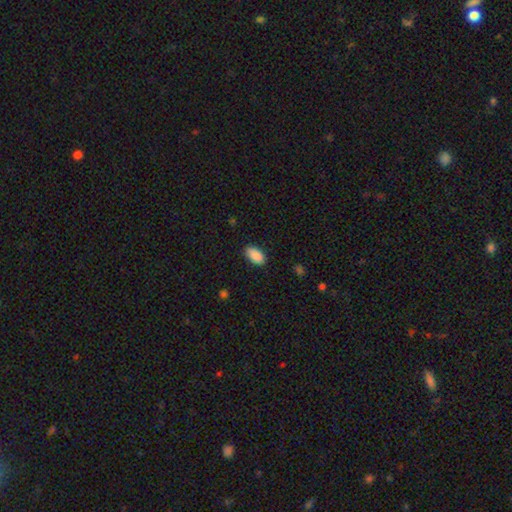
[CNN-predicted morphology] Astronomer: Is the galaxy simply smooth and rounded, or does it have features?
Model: smooth — 90%.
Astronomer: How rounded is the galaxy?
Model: in between — 94%.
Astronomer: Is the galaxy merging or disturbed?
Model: none — 83%.